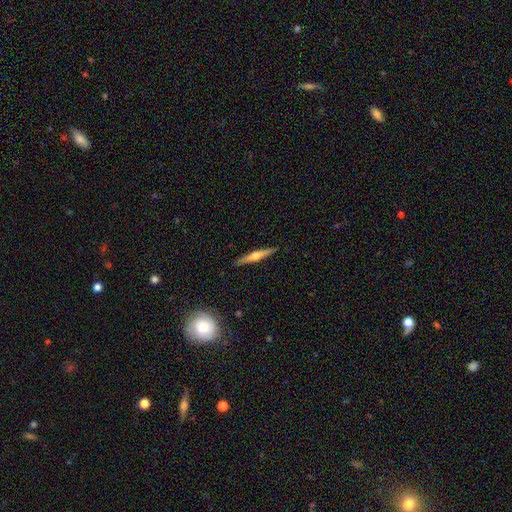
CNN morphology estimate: The model was most divided on "smooth or featured": featured or disk: 59%, smooth: 35%, star or artifact: 6%. More confident: edge-on disk — yes (96%); merging — none (90%); edge-on bulge — rounded (88%).